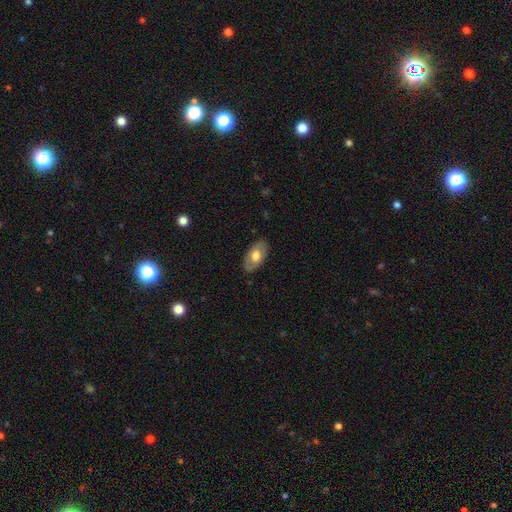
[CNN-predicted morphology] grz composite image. It shows a smooth galaxy with no disk features (60%) that is in between round and cigar-shaped (93%). Merging: none (83%).